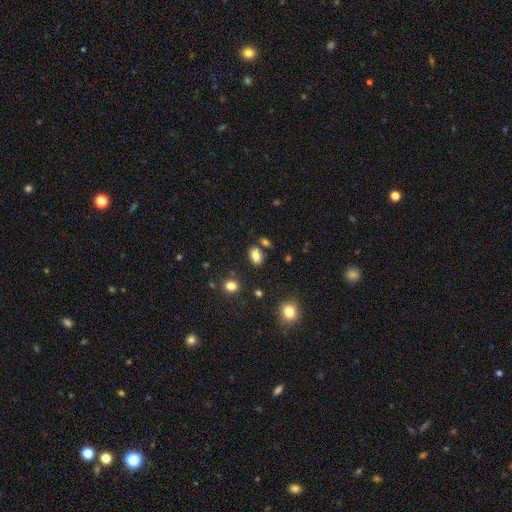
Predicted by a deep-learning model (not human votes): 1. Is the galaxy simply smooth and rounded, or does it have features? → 83% smooth, 10% star or artifact, 8% featured or disk.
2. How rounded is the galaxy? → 84% in between, 15% round, 1% cigar-shaped.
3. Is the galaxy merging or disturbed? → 77% none, 11% minor disturbance, 9% merger, 3% major disturbance.